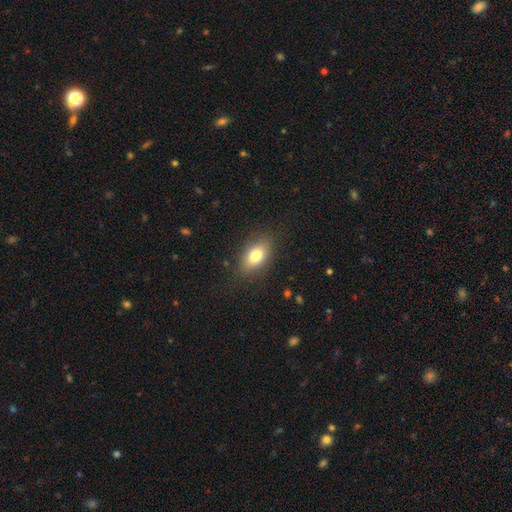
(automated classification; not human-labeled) smooth-or-featured: smooth: 78% | featured or disk: 13% | star or artifact: 9%
  how-rounded: in between: 85% | round: 11% | cigar-shaped: 4%
  merging: none: 84% | minor disturbance: 11% | major disturbance: 4% | merger: 1%